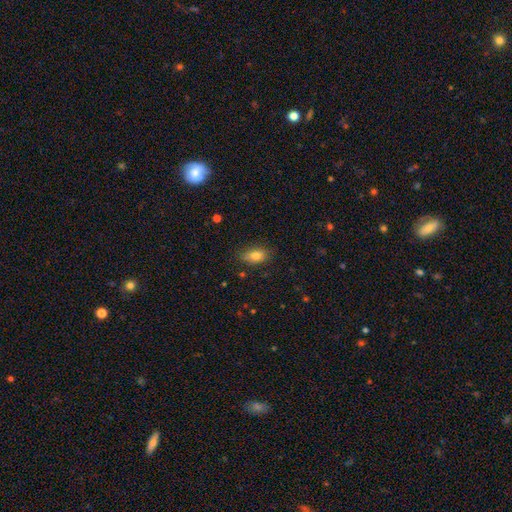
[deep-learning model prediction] Morphology: type=smooth (79%); roundness=in between (85%); merging=none (80%).